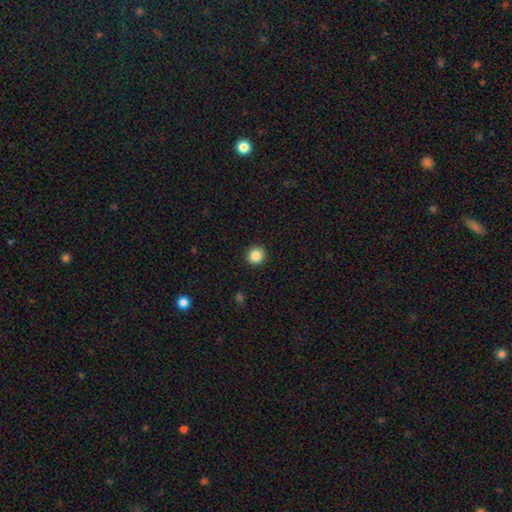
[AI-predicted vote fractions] Smooth or featured? Predicted: smooth (p=0.86). How rounded? Predicted: round (p=0.93). Merging? Predicted: none (p=0.93).